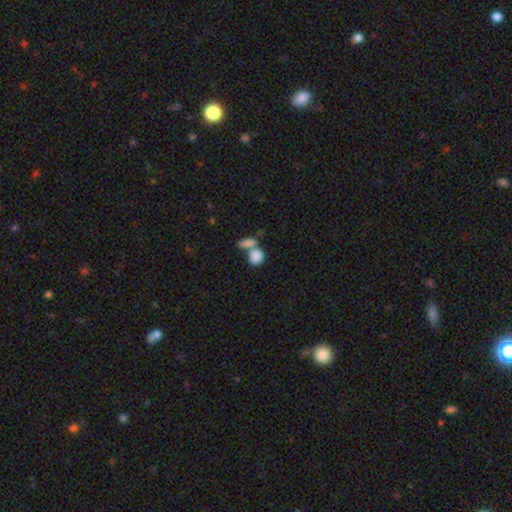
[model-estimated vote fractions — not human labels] This appears to be a smooth galaxy with no disk features (85%) that is round (53%). Merging: merger (50%).